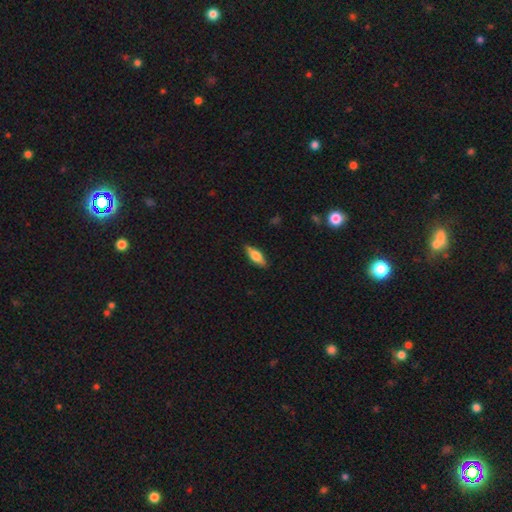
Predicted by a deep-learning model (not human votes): Smooth or featured? Predicted: smooth (p=0.65). How rounded? Predicted: in between (p=0.60). Merging? Predicted: none (p=0.87).